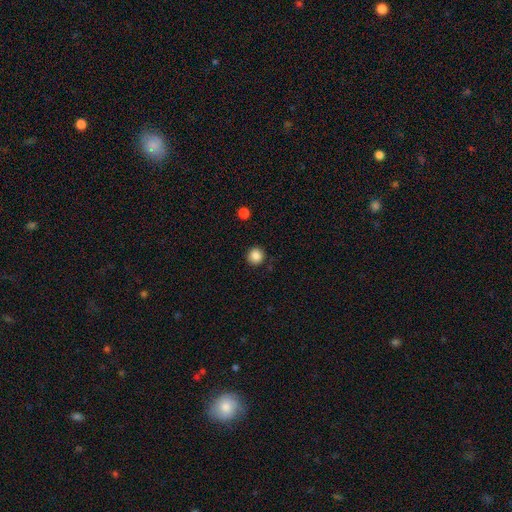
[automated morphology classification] A smooth galaxy with no disk features (87%) that is round (93%).

Vote fractions:
- Smooth or featured? smooth: 87% / star or artifact: 10% / featured or disk: 3%
- How rounded? round: 93% / in between: 6% / cigar-shaped: 1%
- Merging? none: 90% / minor disturbance: 7% / major disturbance: 2% / merger: 1%